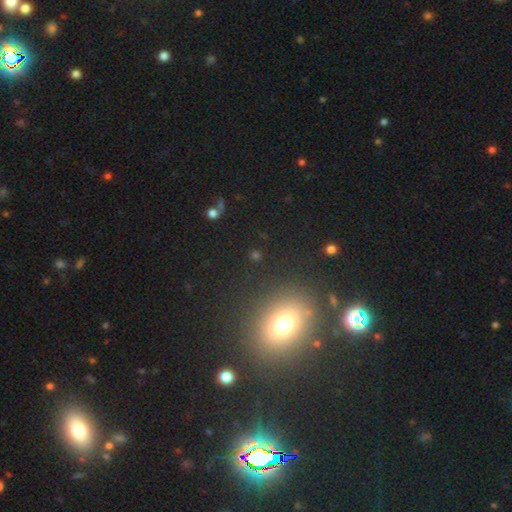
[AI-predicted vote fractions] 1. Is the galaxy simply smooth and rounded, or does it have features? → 55% smooth, 34% star or artifact, 11% featured or disk.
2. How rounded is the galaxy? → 66% round, 30% in between, 3% cigar-shaped.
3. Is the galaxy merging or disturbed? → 82% none, 9% minor disturbance, 4% merger, 4% major disturbance.